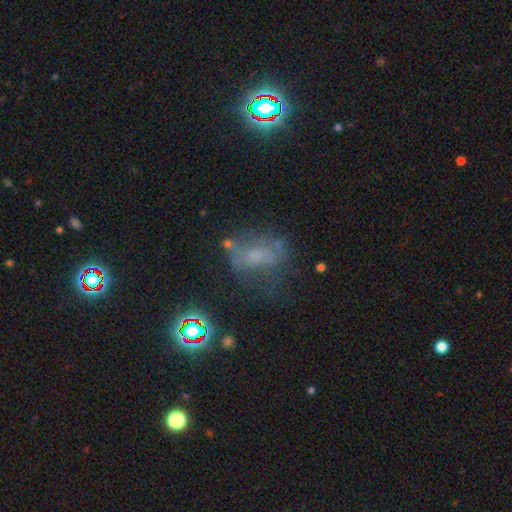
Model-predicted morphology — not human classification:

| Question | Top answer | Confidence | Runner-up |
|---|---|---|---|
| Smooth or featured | featured or disk | 38% | smooth (33%) |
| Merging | none | 44% | major disturbance (25%) |